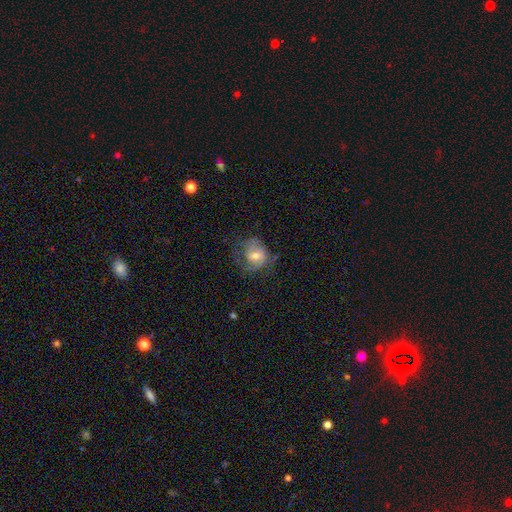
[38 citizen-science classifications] Smooth or featured: smooth — 47% (tied with featured or disk — 47%)
How rounded: round — 78% (in between — 22%)
Merging: none — 67% (minor disturbance — 17%)